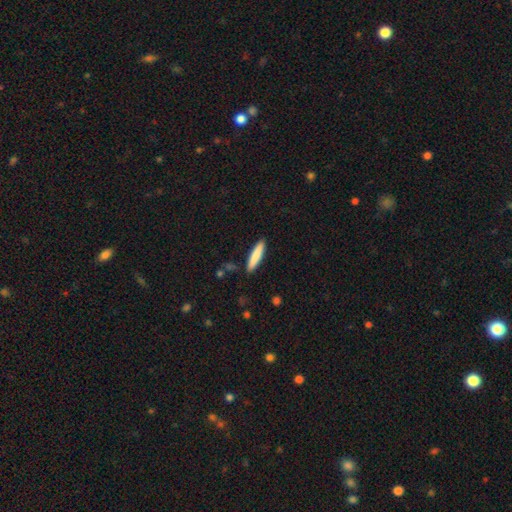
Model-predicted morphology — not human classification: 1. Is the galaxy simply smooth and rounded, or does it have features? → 83% smooth, 12% featured or disk, 5% star or artifact.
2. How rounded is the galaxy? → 86% cigar-shaped, 12% in between, 1% round.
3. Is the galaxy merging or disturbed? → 89% none, 8% minor disturbance, 2% major disturbance, 2% merger.